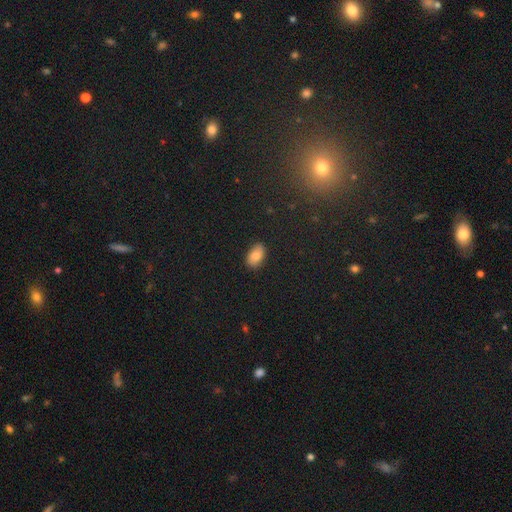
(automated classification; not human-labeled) smooth-or-featured: smooth: 82% | star or artifact: 9% | featured or disk: 9%
  how-rounded: in between: 92% | round: 6% | cigar-shaped: 2%
  merging: none: 83% | minor disturbance: 13% | major disturbance: 3% | merger: 1%